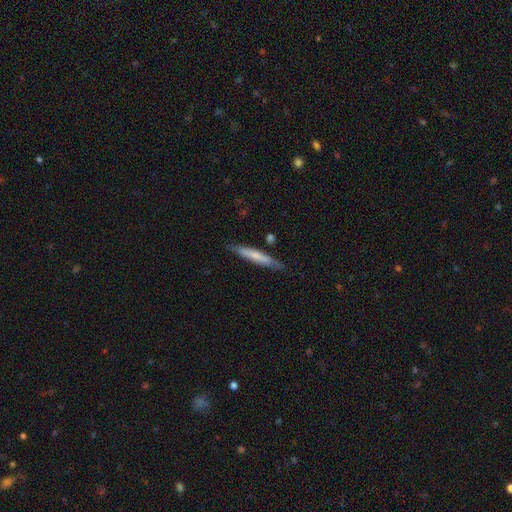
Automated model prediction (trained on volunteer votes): Smooth or featured? Predicted: smooth (p=0.61). How rounded? Predicted: cigar-shaped (p=0.94). Merging? Predicted: none (p=0.83).